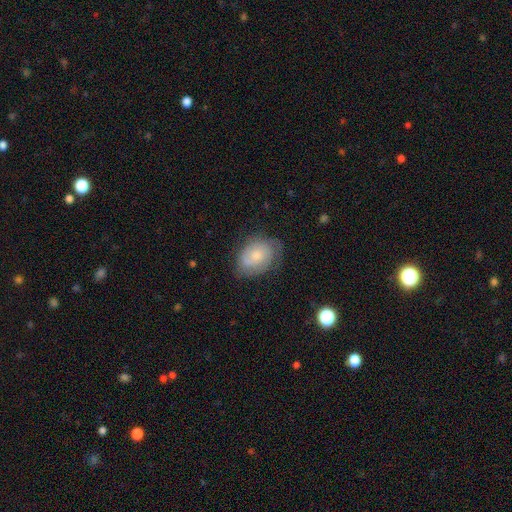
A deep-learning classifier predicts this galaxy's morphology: Smooth or featured? smooth (54%)
How rounded? in between (76%)
Merging? none (65%)